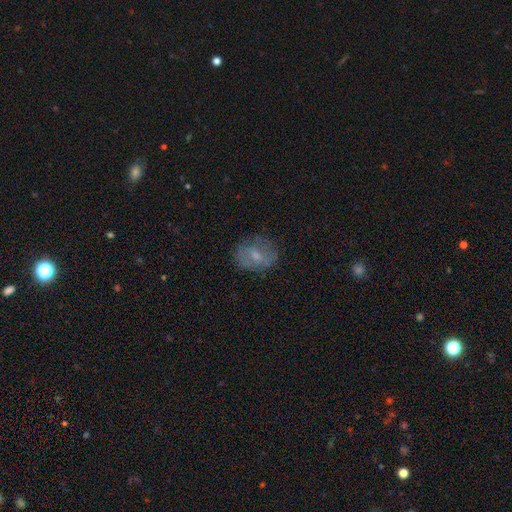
A smooth galaxy with no disk features (74%) that is in between round and cigar-shaped (61%). Merging: none (68%).